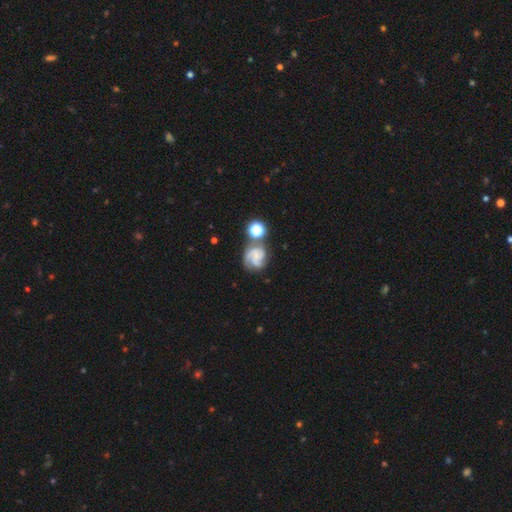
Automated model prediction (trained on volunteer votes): Smooth or featured: featured or disk — 71% (smooth — 20%)
Edge-on disk: no — 98% (yes — 2%)
Bar: no — 68% (weak — 27%)
Spiral arms: yes — 93% (no — 7%)
Spiral winding: medium — 43% (tight — 42%)
Spiral arm count: 3 — 40% (2 — 29%)
Bulge size: small — 51% (none — 30%)
Merging: none — 50% (minor disturbance — 20%)